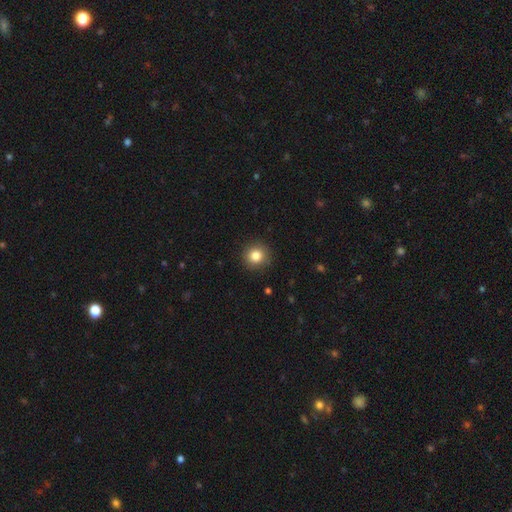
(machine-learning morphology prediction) type=smooth (84%); roundness=round (92%); merging=none (90%).